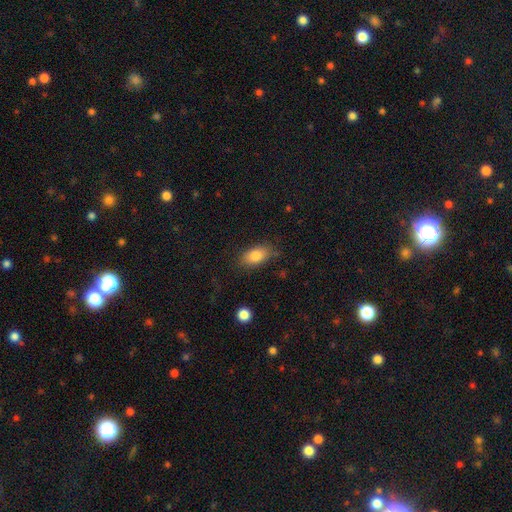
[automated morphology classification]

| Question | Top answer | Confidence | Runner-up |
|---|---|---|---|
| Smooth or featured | smooth | 83% | featured or disk (9%) |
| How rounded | in between | 90% | round (6%) |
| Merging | none | 79% | minor disturbance (15%) |